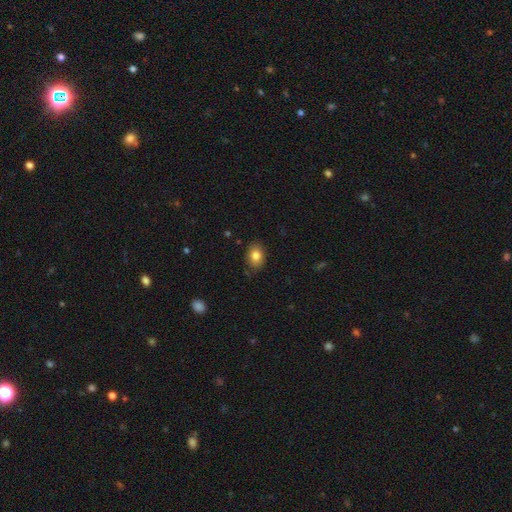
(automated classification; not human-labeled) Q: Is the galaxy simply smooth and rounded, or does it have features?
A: smooth — 82%.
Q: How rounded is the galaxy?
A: in between — 71%.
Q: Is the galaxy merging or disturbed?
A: none — 83%.